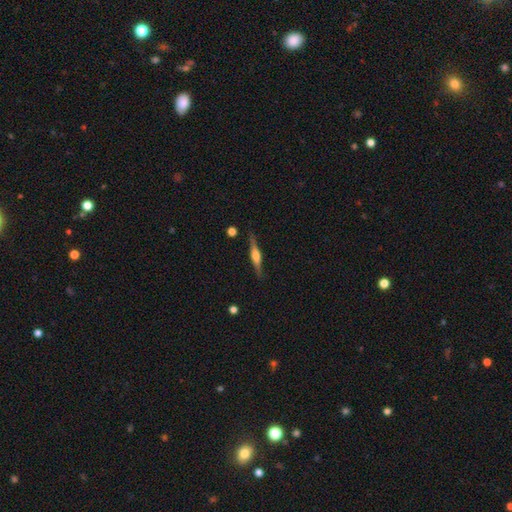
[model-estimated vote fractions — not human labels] Smooth or featured?
  - featured or disk: 73% *
  - smooth: 21%
  - star or artifact: 6%
Edge-on disk?
  - yes: 98% *
  - no: 2%
Edge-on bulge?
  - rounded: 78% *
  - boxy: 18%
  - none: 4%
Merging?
  - none: 87% *
  - minor disturbance: 9%
  - major disturbance: 2%
  - merger: 2%